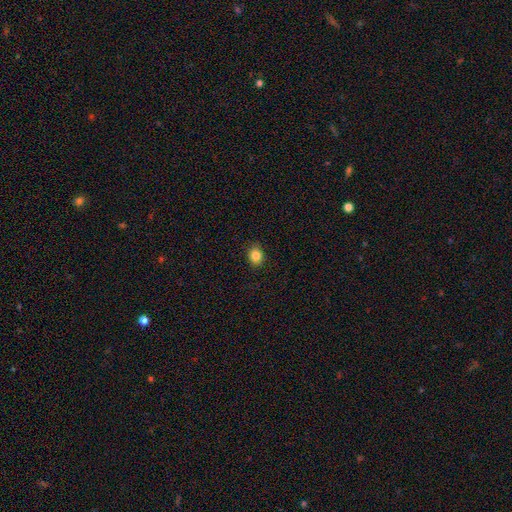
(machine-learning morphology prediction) smooth_or_featured: smooth (p=0.85) [alt: star or artifact p=0.10]
how_rounded: round (p=0.56) [alt: in between p=0.44]
merging: none (p=0.89) [alt: minor disturbance p=0.08]